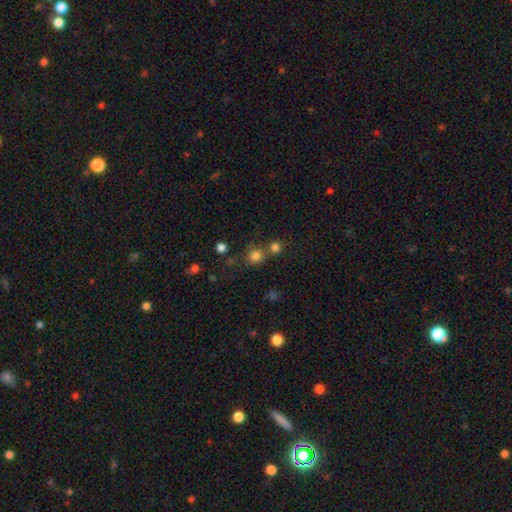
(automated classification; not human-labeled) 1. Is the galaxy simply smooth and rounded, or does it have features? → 78% smooth, 16% star or artifact, 6% featured or disk.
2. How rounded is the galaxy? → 90% round, 9% in between, 1% cigar-shaped.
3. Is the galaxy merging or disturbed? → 64% none, 25% merger, 8% minor disturbance, 4% major disturbance.